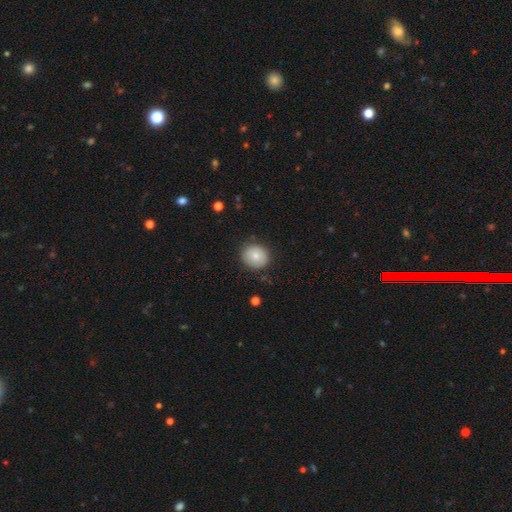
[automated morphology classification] Smooth or featured?
  - smooth: 77% *
  - featured or disk: 14%
  - star or artifact: 8%
How rounded?
  - round: 82% *
  - in between: 18%
  - cigar-shaped: 1%
Merging?
  - none: 85% *
  - minor disturbance: 11%
  - major disturbance: 3%
  - merger: 1%